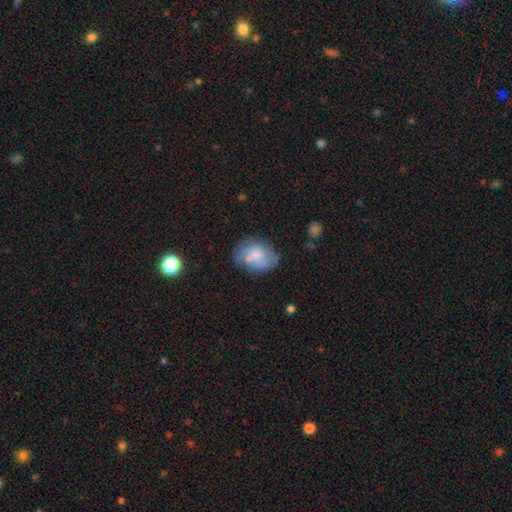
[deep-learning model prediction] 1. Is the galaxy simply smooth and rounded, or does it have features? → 46% smooth, 45% featured or disk, 9% star or artifact.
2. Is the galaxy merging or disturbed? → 54% none, 27% minor disturbance, 13% major disturbance, 6% merger.